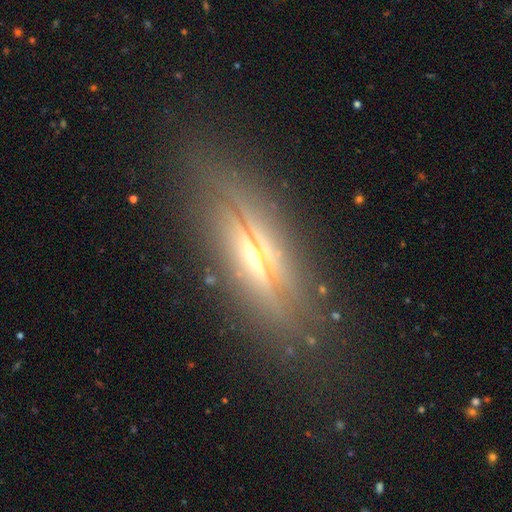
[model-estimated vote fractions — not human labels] Smooth or featured? featured or disk (75%)
Edge-on disk? yes (90%)
Edge-on bulge? rounded (89%)
Merging? none (79%)